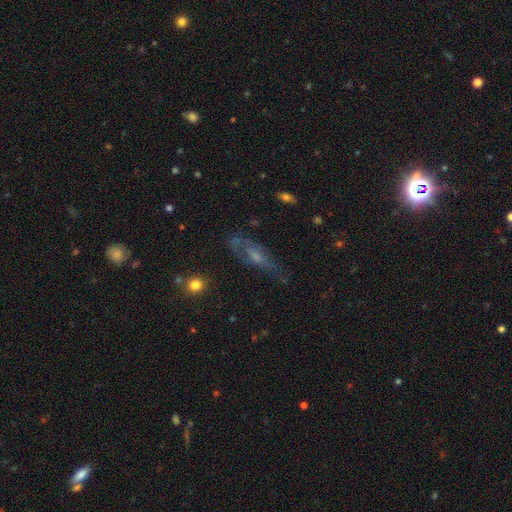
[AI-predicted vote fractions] Morphology: type=featured or disk (55%); edge-on=no (60%); merging=none (58%).